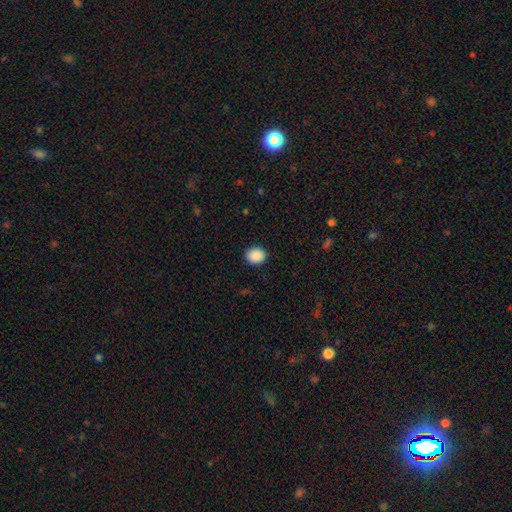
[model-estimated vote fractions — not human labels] A smooth galaxy with no disk features (90%) that is round (66%). Merging: none (90%).